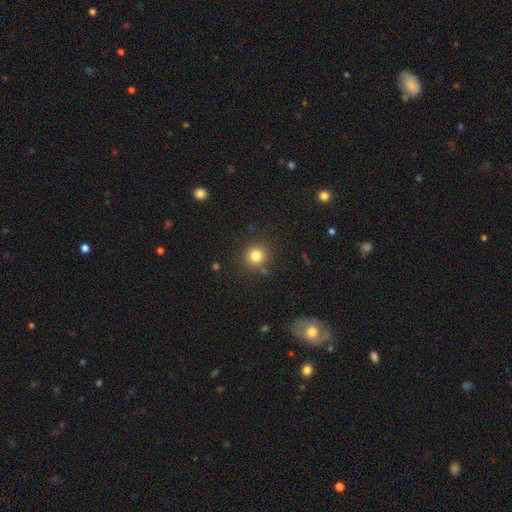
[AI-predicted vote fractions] Q: Smooth or featured?
A: smooth (81%); runner-up: star or artifact (13%)
Q: How rounded?
A: round (92%); runner-up: in between (7%)
Q: Merging?
A: none (84%); runner-up: minor disturbance (10%)